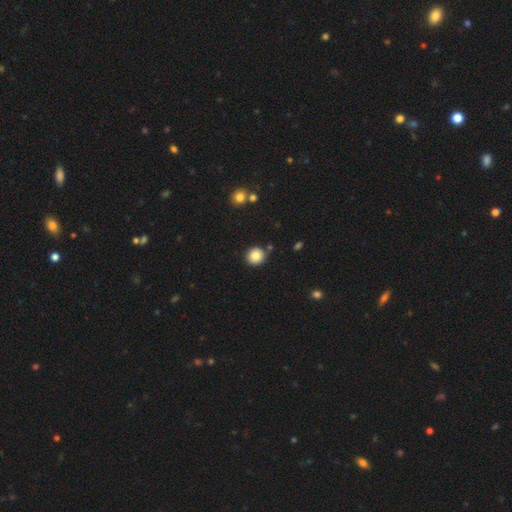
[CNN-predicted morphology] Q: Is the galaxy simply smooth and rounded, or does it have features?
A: smooth — 84%.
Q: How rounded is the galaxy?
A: round — 91%.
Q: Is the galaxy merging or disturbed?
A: none — 85%.